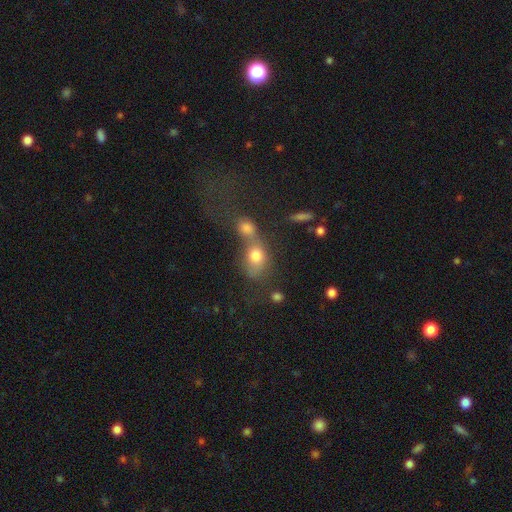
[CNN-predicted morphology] Overall: smooth (73%). How rounded: in between (55%; round 42%). Merging: merger (62%).